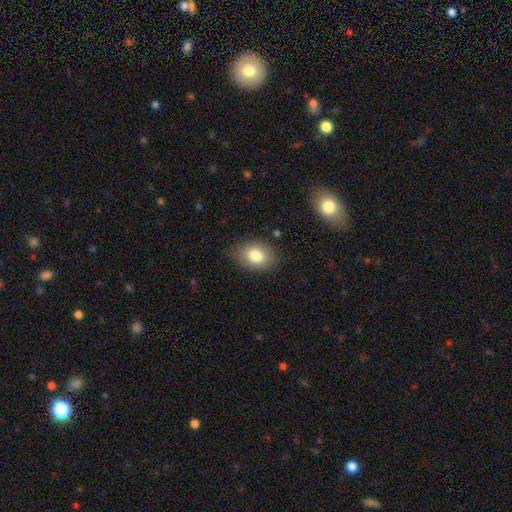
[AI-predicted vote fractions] smooth 81%, featured or disk 10%, star or artifact 9%. Down the decision tree: how rounded — in between (73%); merging — none (78%).